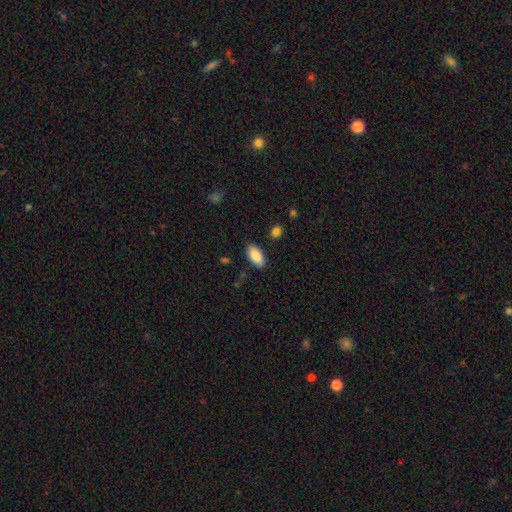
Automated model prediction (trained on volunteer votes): A smooth galaxy with no disk features (88%) that is in between round and cigar-shaped (93%). Merging: none (86%).